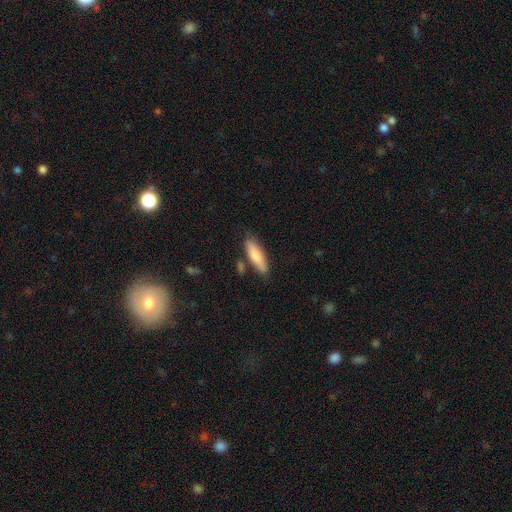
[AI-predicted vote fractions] A smooth galaxy with no disk features (79%) that is cigar-shaped (57%). Merging: none (75%).